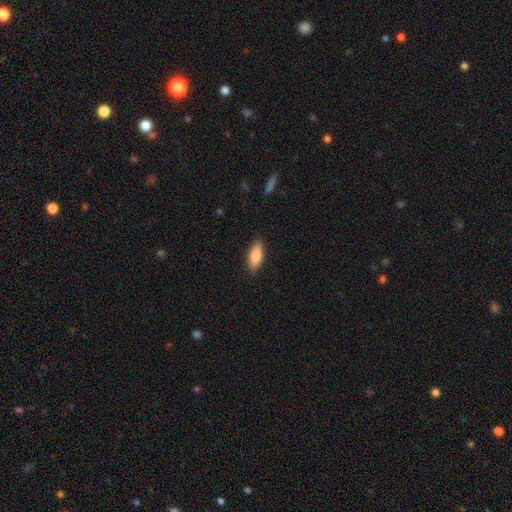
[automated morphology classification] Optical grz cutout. It shows a smooth galaxy with no disk features (85%) that is in between round and cigar-shaped (78%). Merging: none (86%).